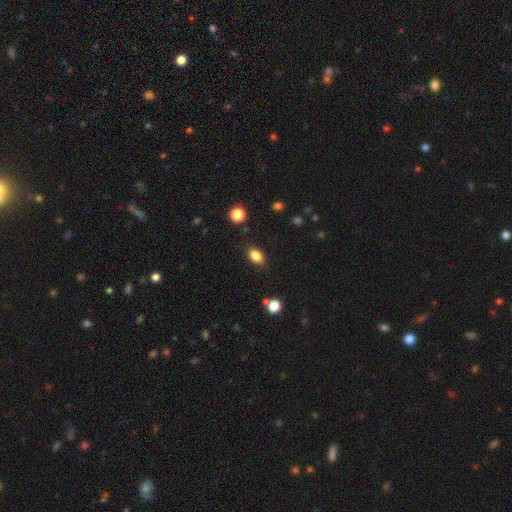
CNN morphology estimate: smooth-or-featured: smooth: 85% | star or artifact: 9% | featured or disk: 6%
  how-rounded: in between: 87% | round: 11% | cigar-shaped: 3%
  merging: none: 85% | minor disturbance: 11% | major disturbance: 3% | merger: 2%